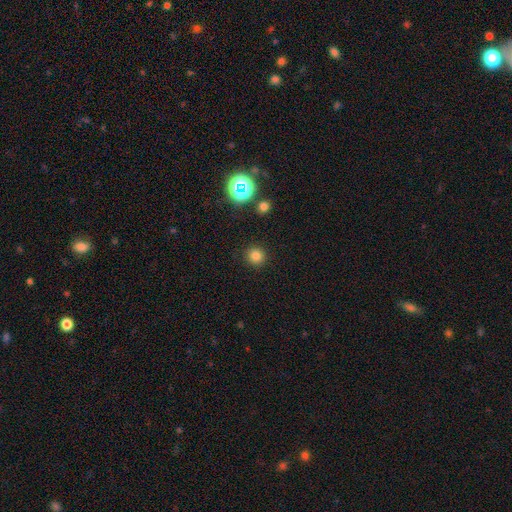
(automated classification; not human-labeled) smooth-or-featured: smooth: 80% | star or artifact: 16% | featured or disk: 5%
  how-rounded: round: 94% | in between: 5% | cigar-shaped: 1%
  merging: none: 91% | minor disturbance: 6% | major disturbance: 2% | merger: 1%